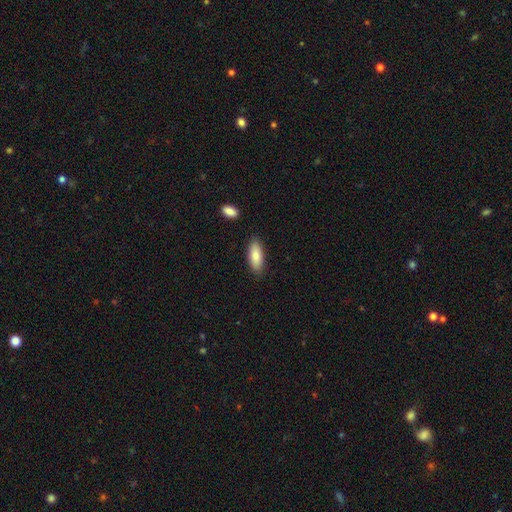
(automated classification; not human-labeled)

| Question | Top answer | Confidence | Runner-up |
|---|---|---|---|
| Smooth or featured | smooth | 85% | featured or disk (9%) |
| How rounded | in between | 77% | cigar-shaped (21%) |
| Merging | none | 85% | minor disturbance (11%) |